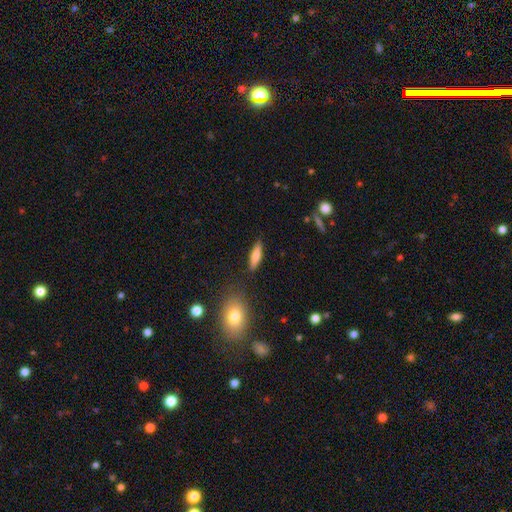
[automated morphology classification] Smooth or featured: smooth — 73% (featured or disk — 20%)
How rounded: cigar-shaped — 62% (in between — 36%)
Merging: none — 84% (minor disturbance — 11%)